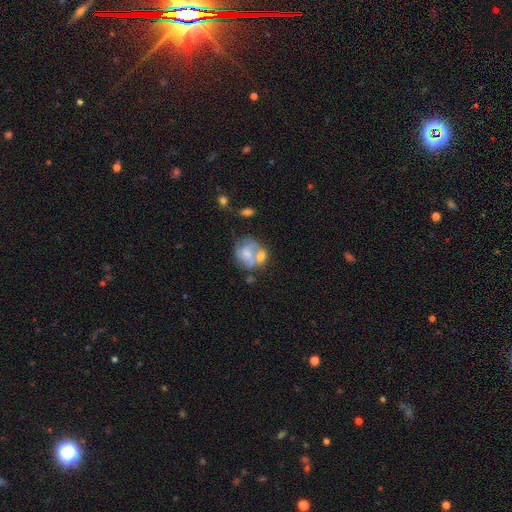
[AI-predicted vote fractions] Smooth or featured? Predicted: featured or disk (p=0.53). Edge-on disk? Predicted: no (p=0.97). Bar? Predicted: no (p=0.72). Spiral arms? Predicted: no (p=0.55). Bulge size? Predicted: moderate (p=0.43). Merging? Predicted: merger (p=0.46).